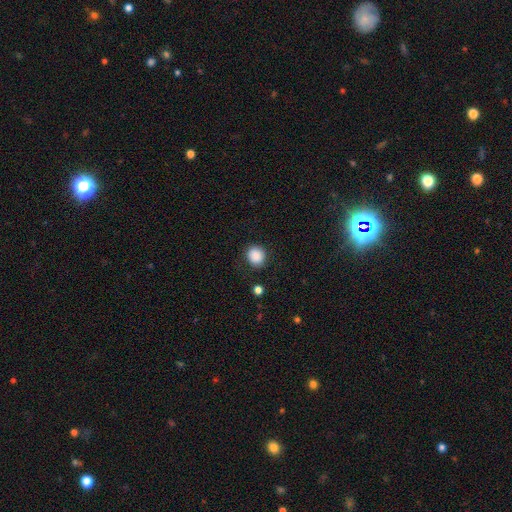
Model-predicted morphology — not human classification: This is clearly a smooth galaxy (87%). How rounded: clearly round (82%). Merging: clearly none (85%).